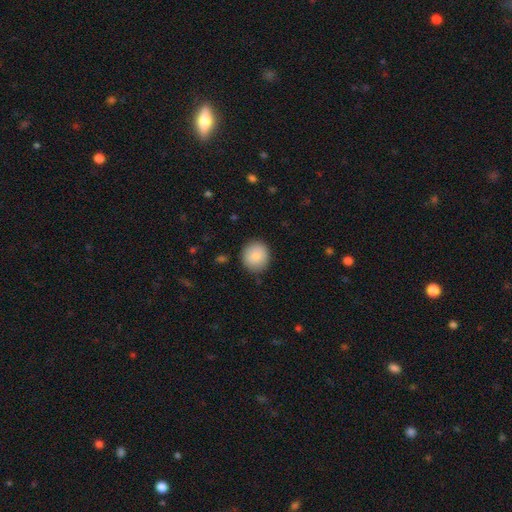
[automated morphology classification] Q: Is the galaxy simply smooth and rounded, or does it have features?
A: smooth — 86%.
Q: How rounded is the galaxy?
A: round — 87%.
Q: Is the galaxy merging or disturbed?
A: none — 87%.